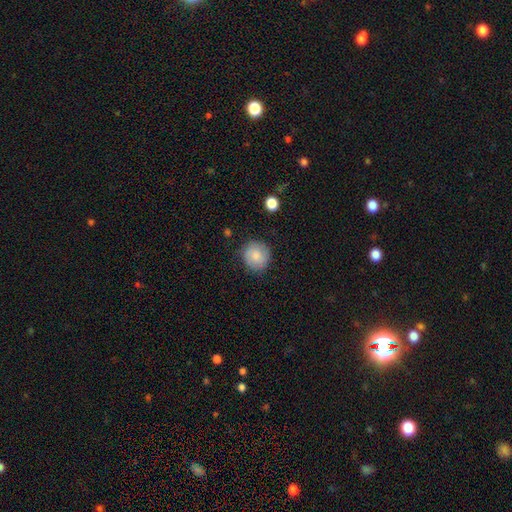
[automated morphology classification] A smooth galaxy with no disk features (78%) that is round (90%). Merging: none (82%).